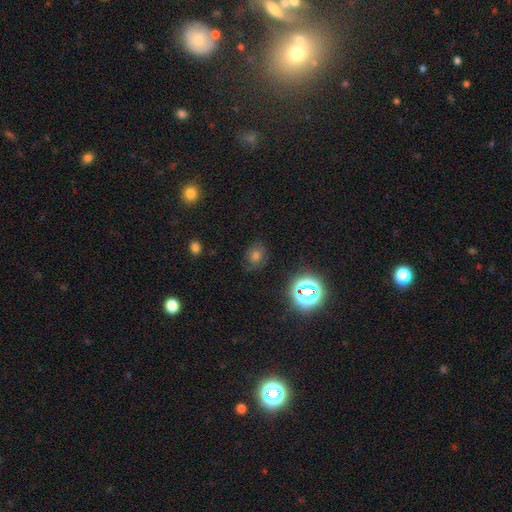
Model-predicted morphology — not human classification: Overall: smooth (58%; star or artifact 29%). How rounded: round (61%; in between 38%). Merging: none (78%).